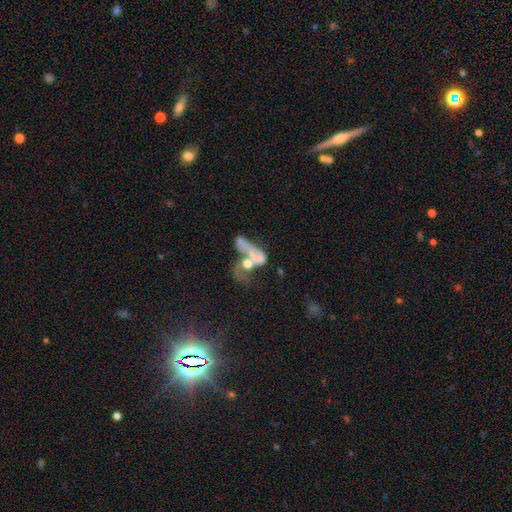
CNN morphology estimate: This appears to be a featured or disk galaxy (55%) with no bar (81%), no spiral arms (68%) and a moderate central bulge (36%). Merging: merger (59%).